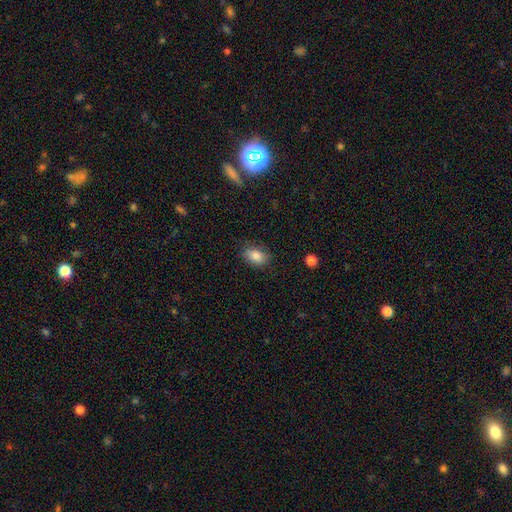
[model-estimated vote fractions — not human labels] Q: Smooth or featured?
A: smooth (85%); runner-up: star or artifact (8%)
Q: How rounded?
A: in between (84%); runner-up: round (14%)
Q: Merging?
A: none (81%); runner-up: minor disturbance (15%)